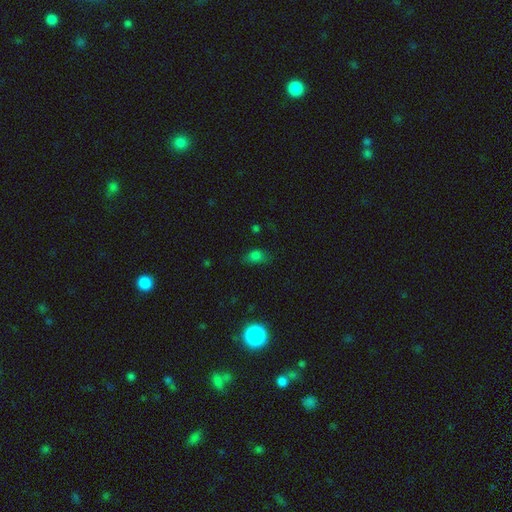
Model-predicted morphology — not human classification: The model was most divided on "merging": none: 65%, minor disturbance: 25%, major disturbance: 8%, merger: 2%. More confident: how rounded — in between (74%); smooth or featured — smooth (72%).